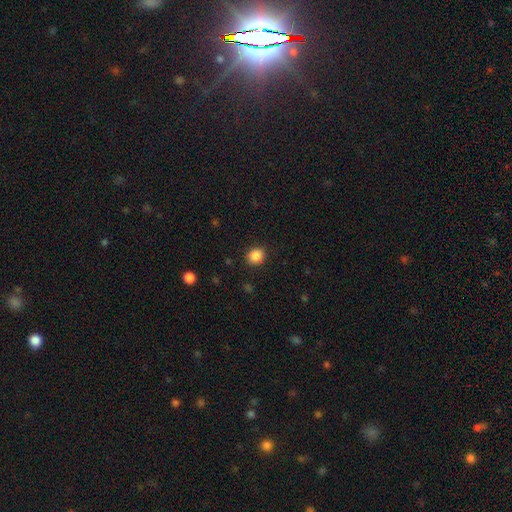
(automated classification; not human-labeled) smooth 86%, star or artifact 10%, featured or disk 4%. Down the decision tree: how rounded — round (68%); merging — none (88%).